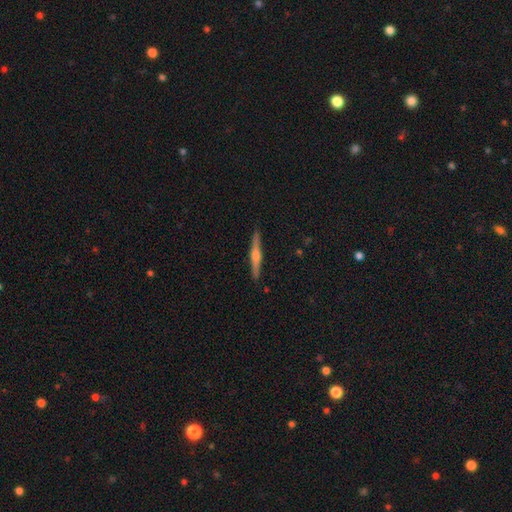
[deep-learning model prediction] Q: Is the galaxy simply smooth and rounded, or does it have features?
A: featured or disk — 71%.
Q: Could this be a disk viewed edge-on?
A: yes — 98%.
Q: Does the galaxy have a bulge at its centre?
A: rounded — 83%.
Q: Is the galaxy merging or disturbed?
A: none — 92%.